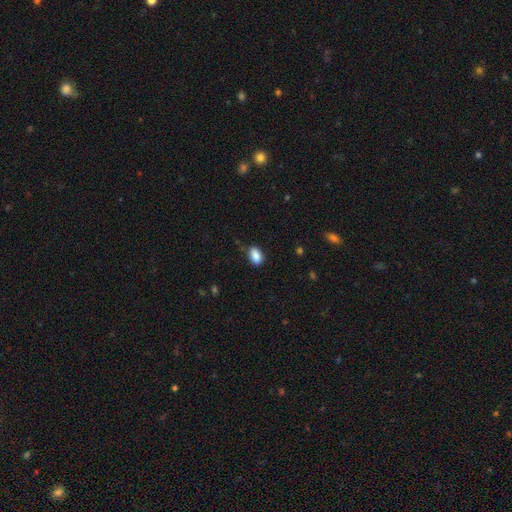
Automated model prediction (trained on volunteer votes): Smooth or featured: smooth — 88% (star or artifact — 8%)
How rounded: in between — 90% (round — 8%)
Merging: none — 79% (minor disturbance — 16%)